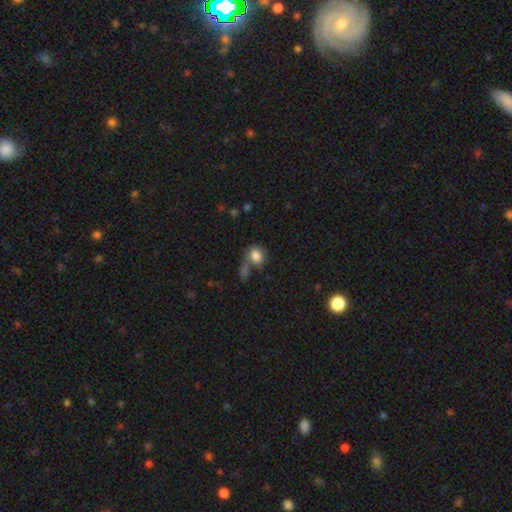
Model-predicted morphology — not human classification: Smooth or featured? smooth (79%)
How rounded? in between (57%)
Merging? none (38%)